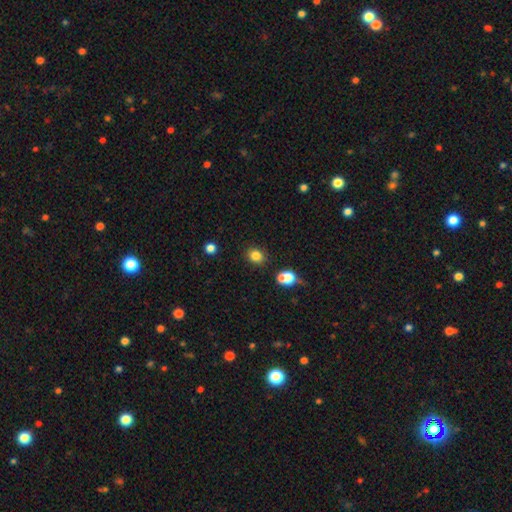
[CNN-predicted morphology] Smooth or featured? Predicted: smooth (p=0.82). How rounded? Predicted: round (p=0.66). Merging? Predicted: none (p=0.85).